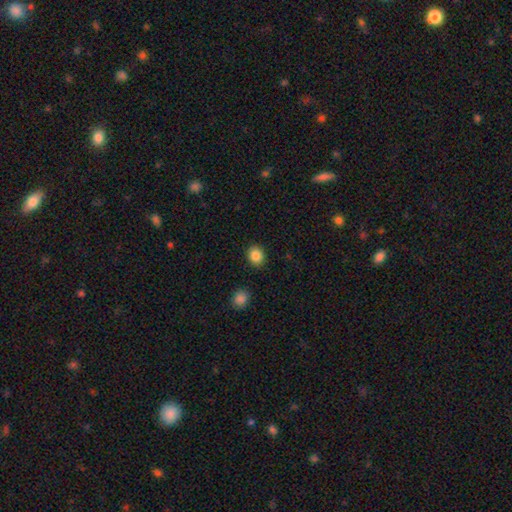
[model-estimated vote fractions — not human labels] This appears to be a smooth galaxy with no disk features (86%) that is round (61%). Merging: none (89%).